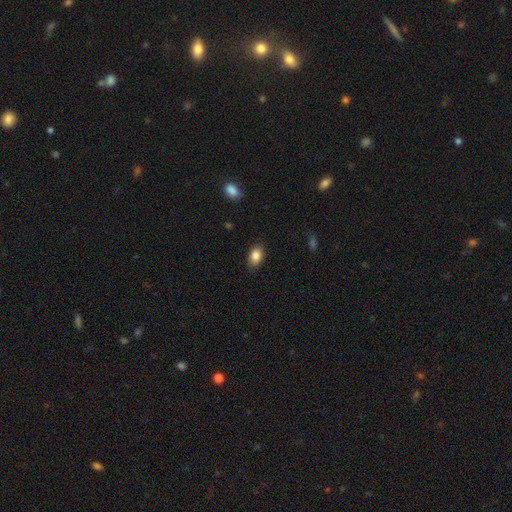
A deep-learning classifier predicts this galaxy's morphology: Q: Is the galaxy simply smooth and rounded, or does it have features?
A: smooth — 86%.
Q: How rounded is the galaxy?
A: in between — 84%.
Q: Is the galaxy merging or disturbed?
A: none — 86%.